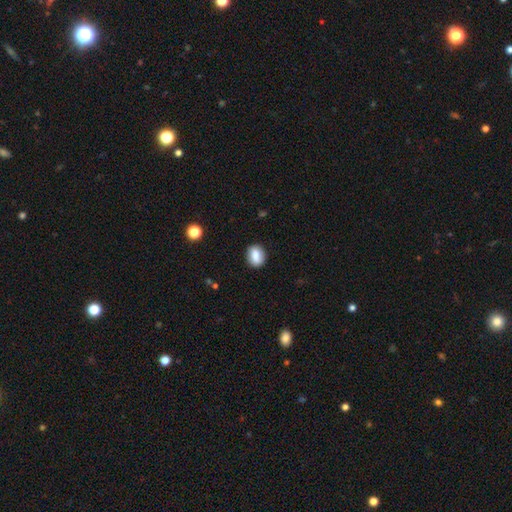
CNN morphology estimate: Q: Smooth or featured?
A: smooth (83%); runner-up: featured or disk (9%)
Q: How rounded?
A: in between (58%); runner-up: round (41%)
Q: Merging?
A: none (84%); runner-up: minor disturbance (11%)